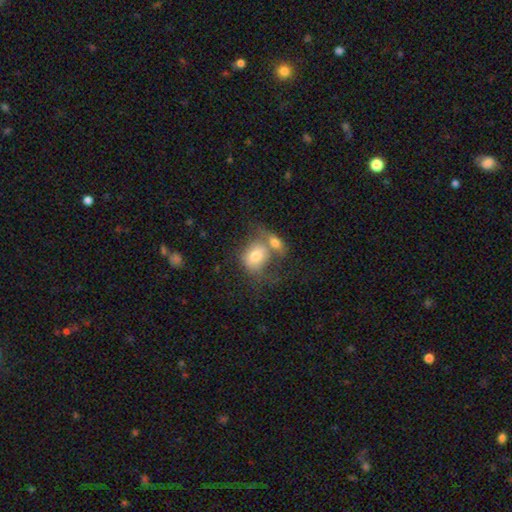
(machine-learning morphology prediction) Smooth or featured? Predicted: smooth (p=0.72). How rounded? Predicted: in between (p=0.63). Merging? Predicted: merger (p=0.57).